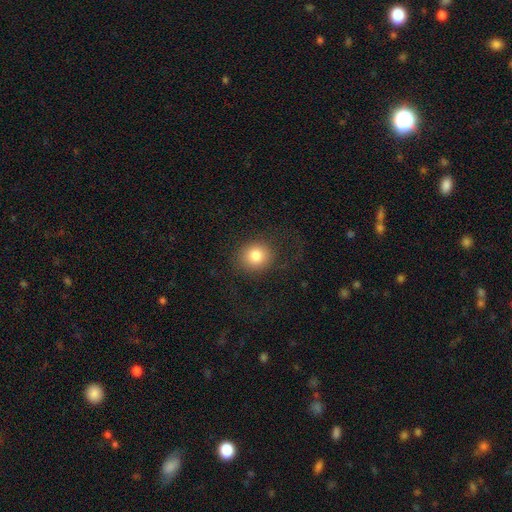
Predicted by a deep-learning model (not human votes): Smooth or featured: smooth — 81% (star or artifact — 10%)
How rounded: round — 83% (in between — 16%)
Merging: none — 79% (minor disturbance — 10%)